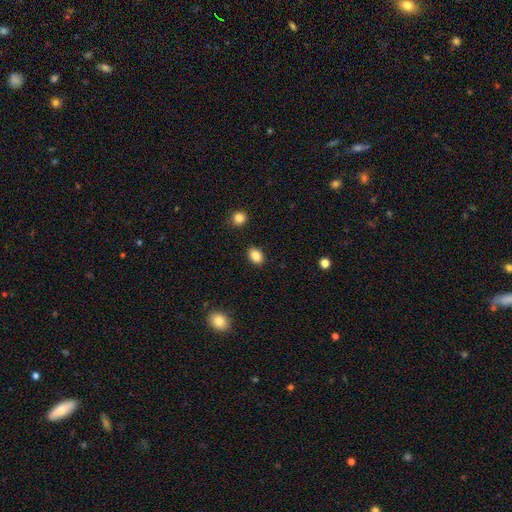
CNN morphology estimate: Overall: smooth (86%). How rounded: in between (71%). Merging: none (89%).